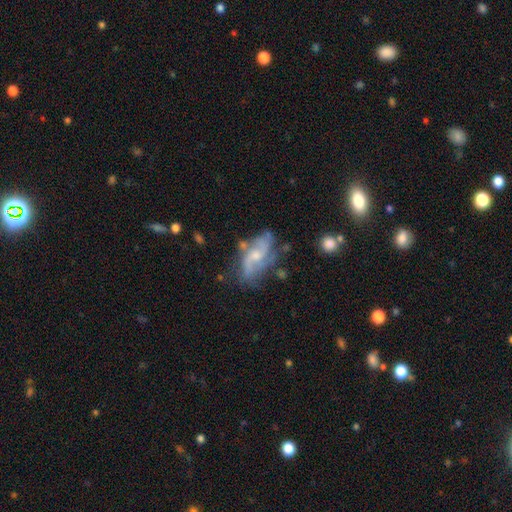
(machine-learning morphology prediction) smooth-or-featured: featured or disk: 78% | smooth: 15% | star or artifact: 7%
  disk-edge-on: no: 95% | yes: 5%
    bar: no: 57% | weak: 36% | strong: 7%
    has-spiral-arms: yes: 90% | no: 10%
      spiral-winding: medium: 42% | loose: 41% | tight: 17%
      spiral-arm-count: 2: 59% | can't tell: 17% | 3: 14% | 4: 4% | 1: 4% | more than 4: 3%
    bulge-size: small: 47% | moderate: 45% | none: 5% | large: 3% | dominant: 1%
  merging: none: 56% | minor disturbance: 24% | major disturbance: 14% | merger: 6%